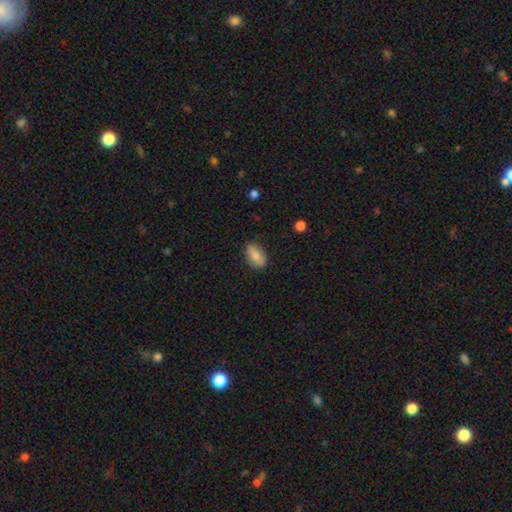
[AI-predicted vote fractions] The model was most divided on "smooth or featured": smooth: 78%, featured or disk: 15%, star or artifact: 7%. More confident: how rounded — in between (89%); merging — none (80%).